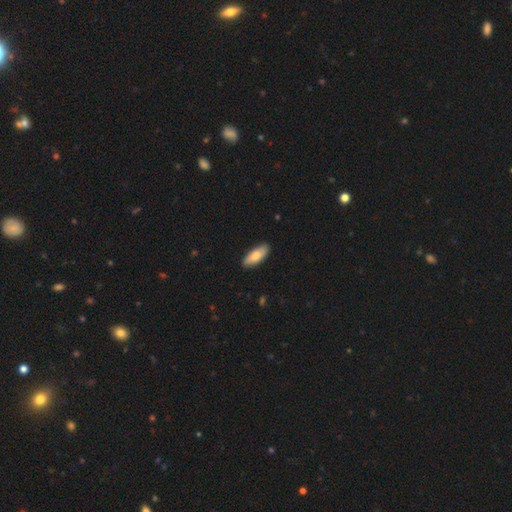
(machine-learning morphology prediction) smooth 79%, featured or disk 16%, star or artifact 5%. Down the decision tree: how rounded — in between (77%); merging — none (87%).